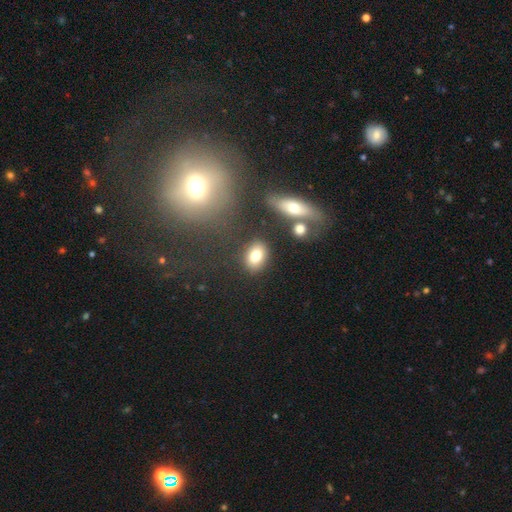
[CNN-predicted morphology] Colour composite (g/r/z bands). It shows a smooth galaxy with no disk features (79%) that is in between round and cigar-shaped (69%). Merging: none (81%).